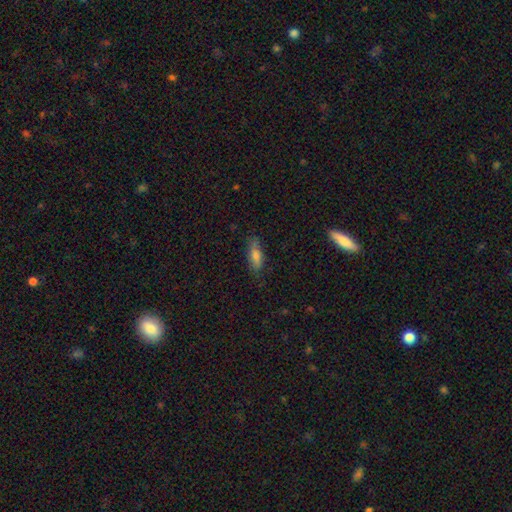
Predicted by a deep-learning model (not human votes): smooth_or_featured: smooth (p=0.68) [alt: featured or disk p=0.24]
how_rounded: in between (p=0.49) [tied with: cigar-shaped p=0.49]
merging: none (p=0.79) [alt: minor disturbance p=0.16]